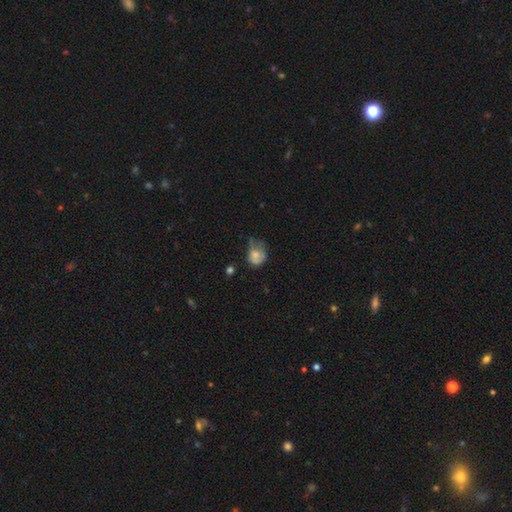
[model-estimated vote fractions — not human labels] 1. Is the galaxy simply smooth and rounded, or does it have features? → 64% smooth, 28% featured or disk, 9% star or artifact.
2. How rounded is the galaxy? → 52% round, 47% in between, 1% cigar-shaped.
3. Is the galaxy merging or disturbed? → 39% minor disturbance, 29% major disturbance, 27% none, 5% merger.